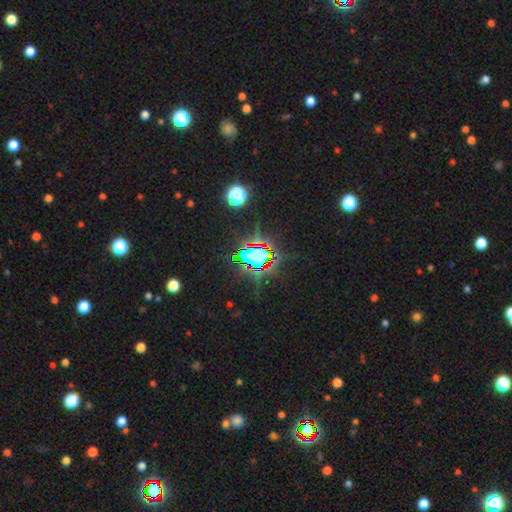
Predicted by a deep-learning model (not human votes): Smooth or featured? star or artifact (73%)